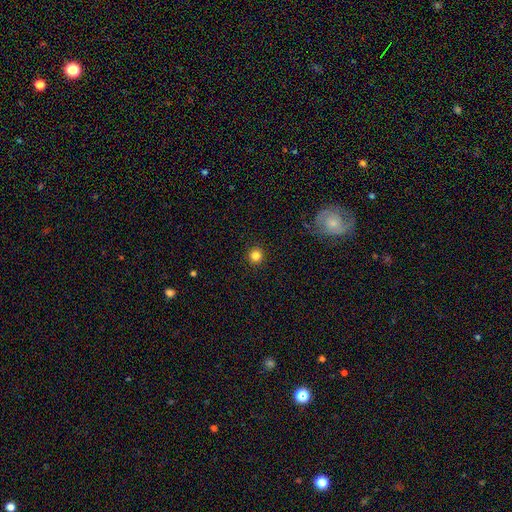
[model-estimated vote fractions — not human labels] A smooth galaxy with no disk features (83%) that is round (94%). Merging: none (92%).